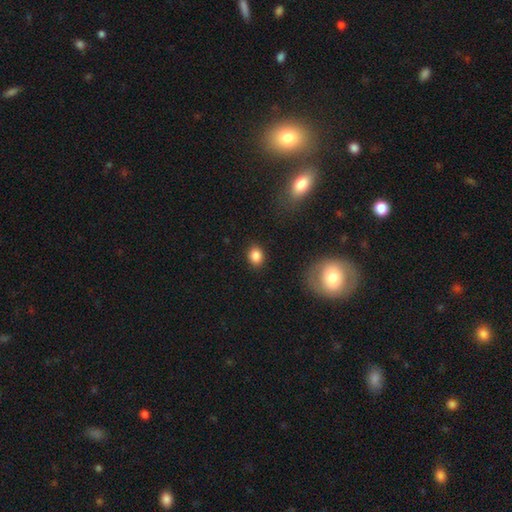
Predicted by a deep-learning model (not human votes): A smooth galaxy with no disk features (85%) that is round (56%). Merging: none (87%).